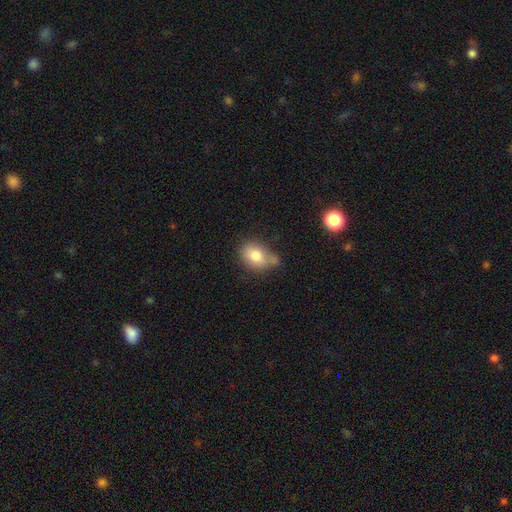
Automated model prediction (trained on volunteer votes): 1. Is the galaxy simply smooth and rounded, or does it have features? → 79% smooth, 13% featured or disk, 9% star or artifact.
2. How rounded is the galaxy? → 70% in between, 29% round, 2% cigar-shaped.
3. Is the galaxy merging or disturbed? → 48% none, 30% minor disturbance, 14% merger, 8% major disturbance.